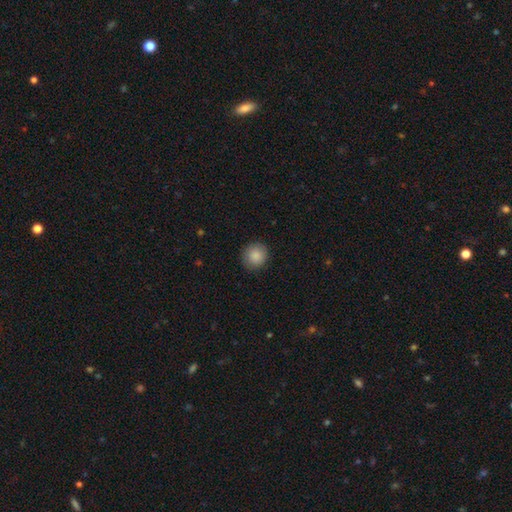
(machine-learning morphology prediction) smooth_or_featured: smooth (p=0.88) [alt: star or artifact p=0.08]
how_rounded: round (p=0.90) [alt: in between p=0.09]
merging: none (p=0.89) [alt: minor disturbance p=0.08]